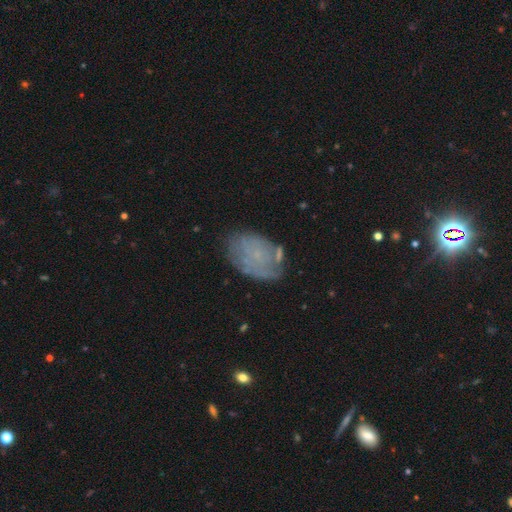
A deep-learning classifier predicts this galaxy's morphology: Smooth or featured? Predicted: featured or disk (p=0.48). Merging? Predicted: none (p=0.64).